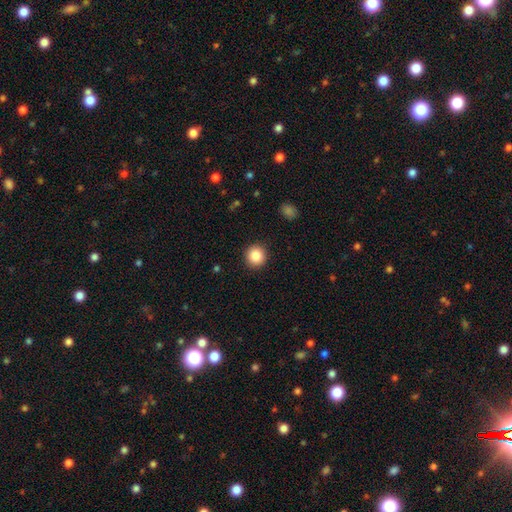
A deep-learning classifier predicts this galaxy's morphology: This is clearly a smooth galaxy (87%). How rounded: clearly round (93%). Merging: clearly none (92%).